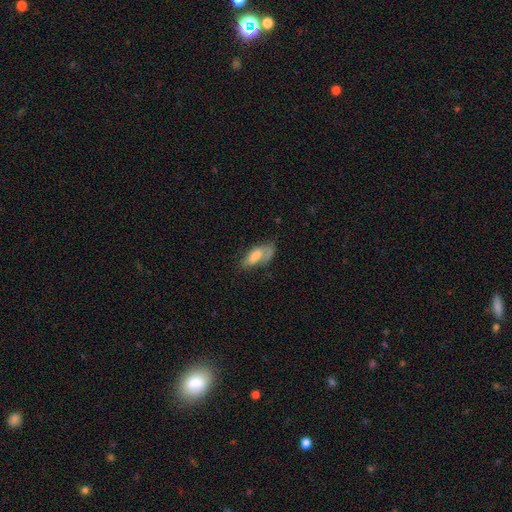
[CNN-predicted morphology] Smooth or featured: smooth — 66% (featured or disk — 25%)
How rounded: in between — 77% (cigar-shaped — 20%)
Merging: none — 47% (minor disturbance — 30%)